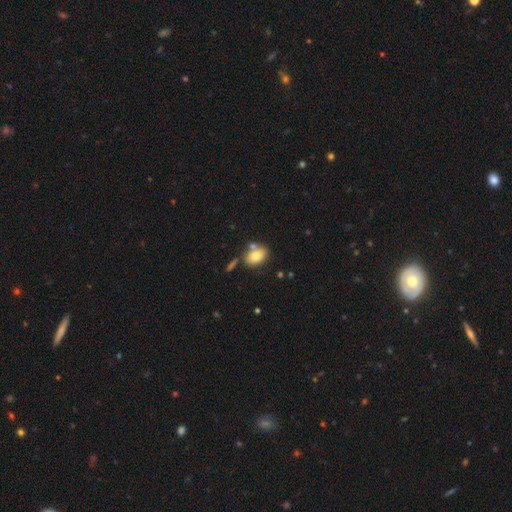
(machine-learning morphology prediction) A smooth galaxy with no disk features (79%) that is in between round and cigar-shaped (82%). Merging: none (61%).